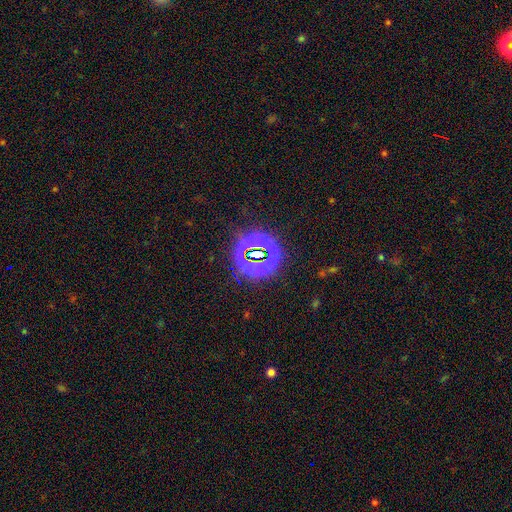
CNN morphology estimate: type=star or artifact (79%).